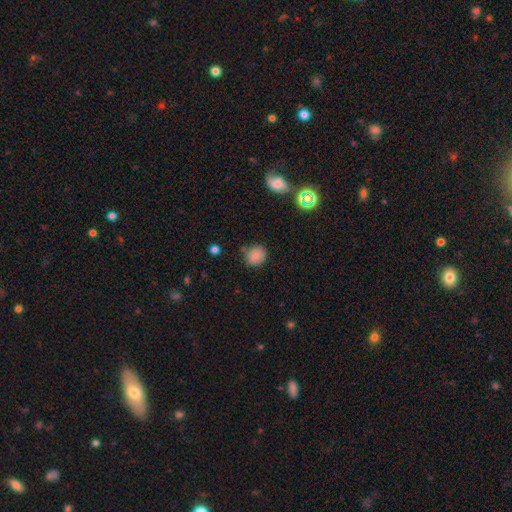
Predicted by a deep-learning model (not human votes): smooth_or_featured: smooth (p=0.82) [alt: star or artifact p=0.12]
how_rounded: round (p=0.84) [alt: in between p=0.15]
merging: none (p=0.80) [alt: minor disturbance p=0.12]